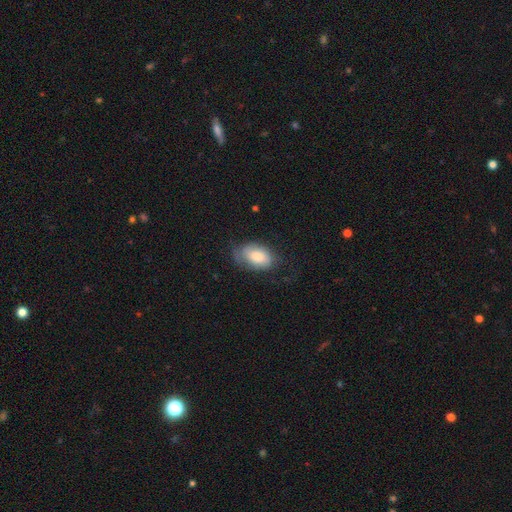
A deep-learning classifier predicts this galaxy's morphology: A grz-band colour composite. It shows a smooth galaxy with no disk features (69%) that is in between round and cigar-shaped (90%). Merging: none (56%).